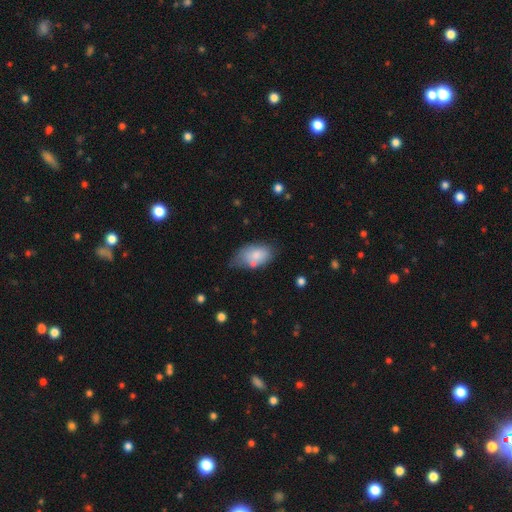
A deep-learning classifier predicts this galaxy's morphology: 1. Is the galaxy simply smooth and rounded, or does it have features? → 77% smooth, 16% featured or disk, 7% star or artifact.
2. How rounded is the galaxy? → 92% in between, 7% round, 2% cigar-shaped.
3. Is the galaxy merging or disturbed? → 44% none, 33% minor disturbance, 12% merger, 11% major disturbance.